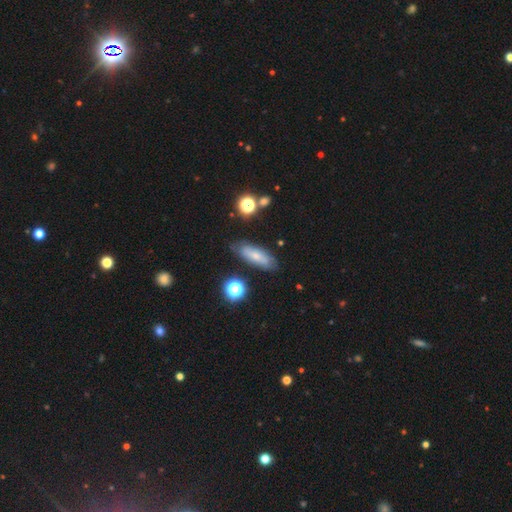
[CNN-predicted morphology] type=smooth (59%); roundness=in between (59%); merging=none (77%).